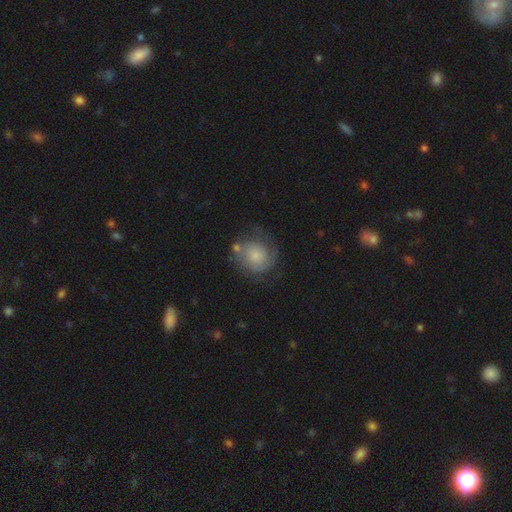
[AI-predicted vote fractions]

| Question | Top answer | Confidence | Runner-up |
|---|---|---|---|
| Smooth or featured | smooth | 51% | featured or disk (42%) |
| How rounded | round | 79% | in between (19%) |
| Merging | none | 52% | minor disturbance (24%) |